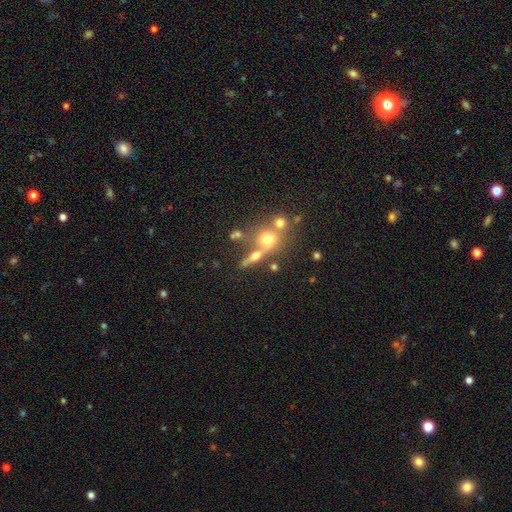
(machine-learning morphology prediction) Smooth or featured?
  - smooth: 47% *
  - featured or disk: 37%
  - star or artifact: 16%
Merging?
  - none: 53% *
  - merger: 29%
  - minor disturbance: 11%
  - major disturbance: 7%